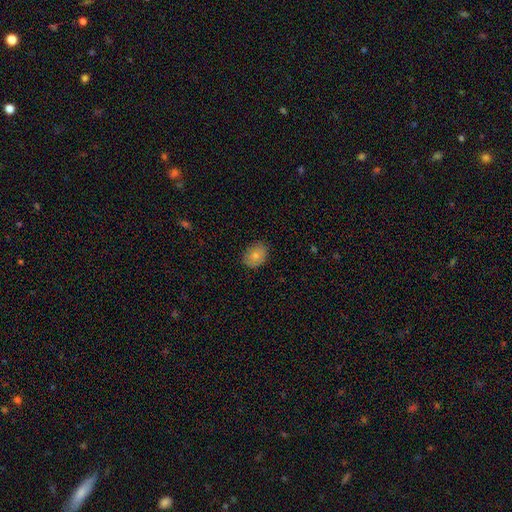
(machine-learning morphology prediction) The model was most divided on "how rounded": in between: 54%, round: 45%, cigar-shaped: 1%. More confident: merging — none (82%); smooth or featured — smooth (77%).